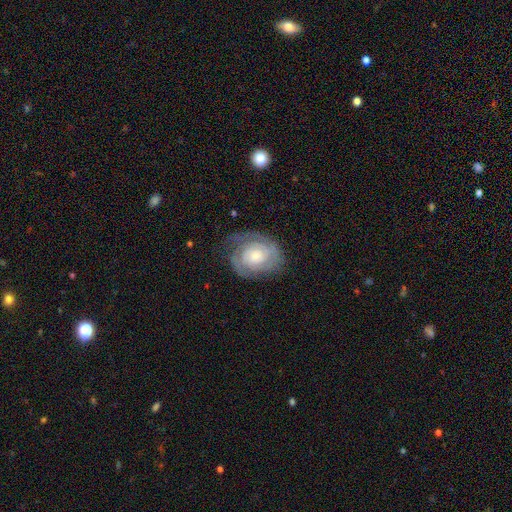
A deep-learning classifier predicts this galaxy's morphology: smooth_or_featured: featured or disk (p=0.79) [alt: smooth p=0.15]
disk_edge_on: no (p=0.98) [alt: yes p=0.02]
bar: no (p=0.76) [alt: weak p=0.20]
has_spiral_arms: yes (p=0.93) [alt: no p=0.07]
spiral_winding: tight (p=0.71) [alt: medium p=0.23]
spiral_arm_count: 2 (p=0.49) [alt: can't tell p=0.27]
bulge_size: small (p=0.51) [alt: moderate p=0.37]
merging: none (p=0.69) [alt: minor disturbance p=0.20]